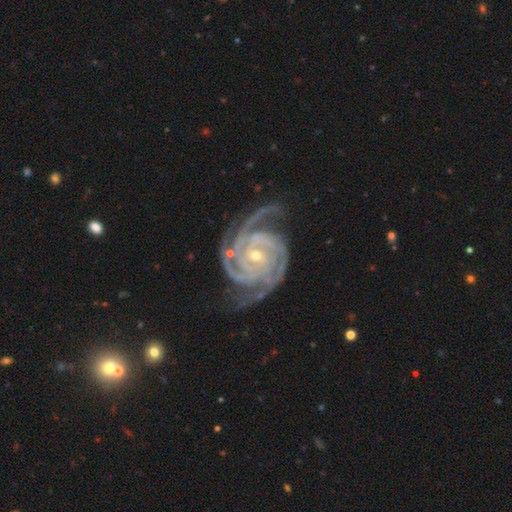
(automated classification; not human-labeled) A featured or disk galaxy (94%) with no bar (57%), 3 (35%) tight (74%) spiral arms (99%) and a small central bulge (69%). Merging: none (73%).